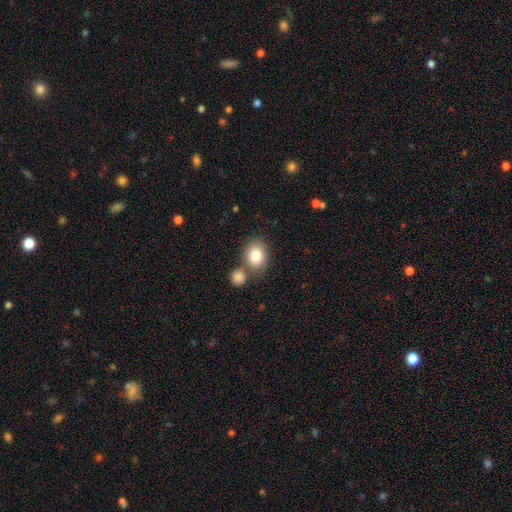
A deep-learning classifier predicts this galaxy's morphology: Smooth or featured: smooth — 83% (featured or disk — 9%)
How rounded: in between — 59% (round — 40%)
Merging: none — 57% (merger — 28%)